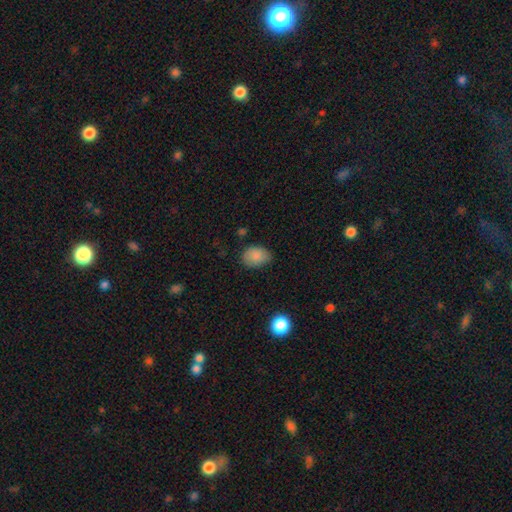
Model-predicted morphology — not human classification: The model was most divided on "how rounded": in between: 71%, round: 28%, cigar-shaped: 1%. More confident: smooth or featured — smooth (86%); merging — none (70%).